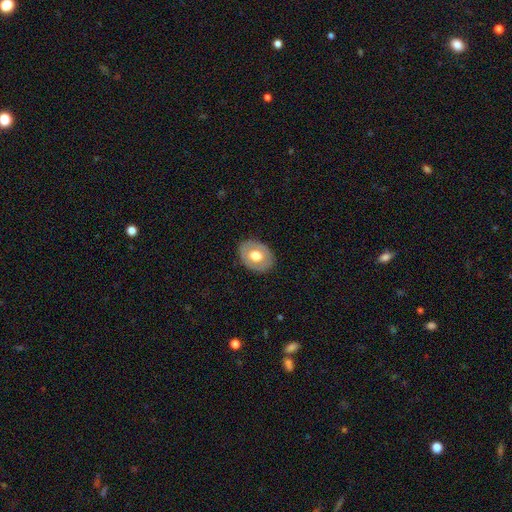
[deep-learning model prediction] Smooth or featured: smooth — 59% (featured or disk — 36%)
How rounded: in between — 67% (round — 32%)
Merging: none — 86% (minor disturbance — 11%)